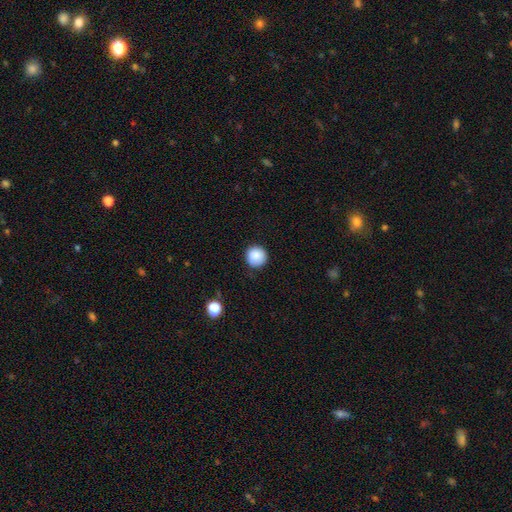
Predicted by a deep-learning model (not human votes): smooth_or_featured: smooth (p=0.87) [alt: star or artifact p=0.09]
how_rounded: round (p=0.95) [alt: in between p=0.04]
merging: none (p=0.87) [alt: minor disturbance p=0.10]